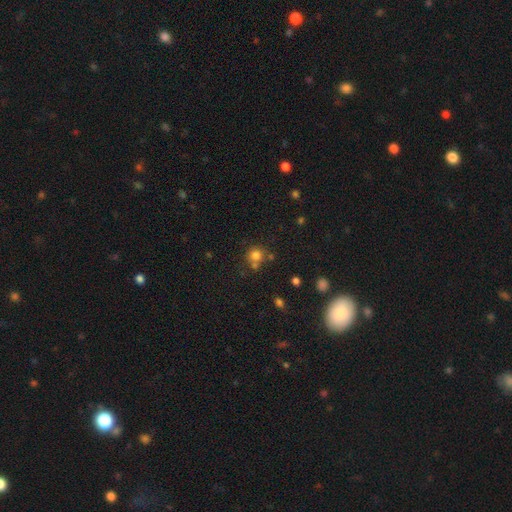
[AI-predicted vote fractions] This appears to be a smooth galaxy with no disk features (77%) that is round (89%). Merging: none (61%).